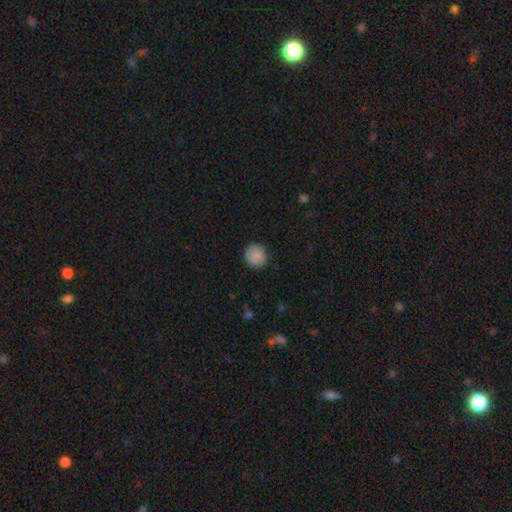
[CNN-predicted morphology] Smooth or featured? Predicted: smooth (p=0.86). How rounded? Predicted: round (p=0.92). Merging? Predicted: none (p=0.86).